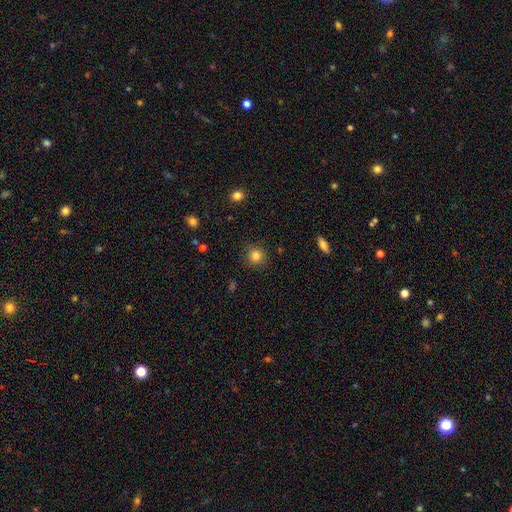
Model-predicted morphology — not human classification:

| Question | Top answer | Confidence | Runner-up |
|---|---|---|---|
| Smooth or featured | smooth | 84% | star or artifact (12%) |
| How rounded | round | 92% | in between (7%) |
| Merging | none | 87% | minor disturbance (9%) |